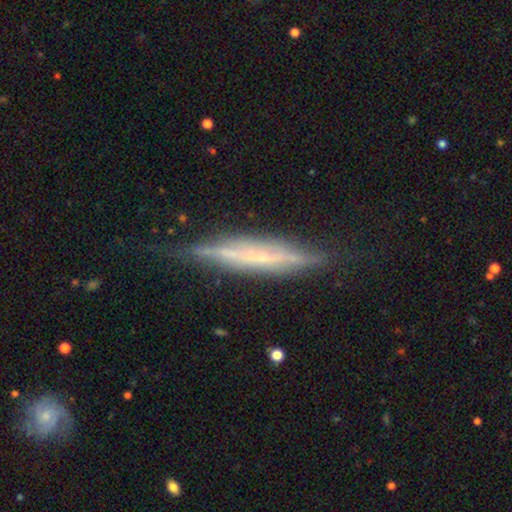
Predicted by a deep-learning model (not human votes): Smooth or featured? featured or disk (71%)
Edge-on disk? yes (94%)
Edge-on bulge? none (59%)
Merging? none (77%)